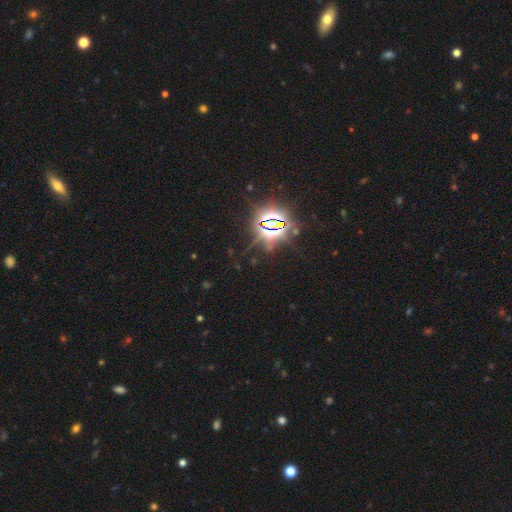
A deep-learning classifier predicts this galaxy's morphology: Smooth or featured? star or artifact (85%)